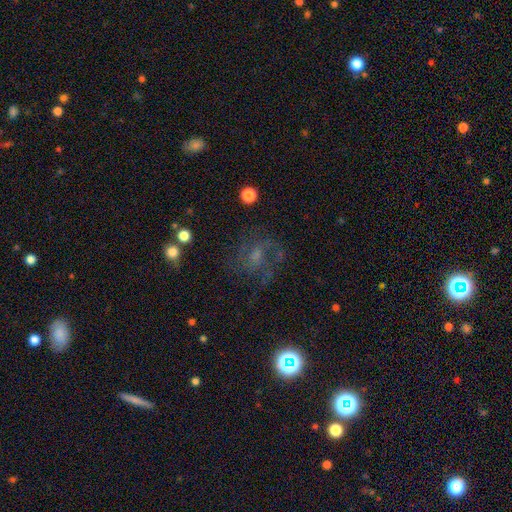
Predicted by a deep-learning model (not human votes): Smooth or featured: featured or disk — 54% (smooth — 26%)
Edge-on disk: no — 97% (yes — 3%)
Bar: no — 60% (weak — 34%)
Spiral arms: yes — 72% (no — 28%)
Bulge size: small — 35% (moderate — 33%)
Merging: none — 61% (major disturbance — 19%)